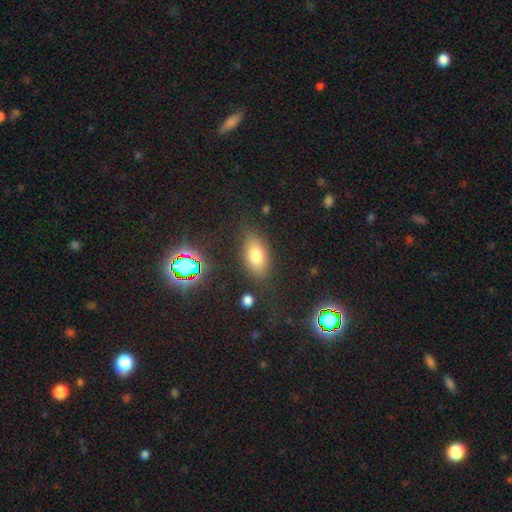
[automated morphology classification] Smooth or featured?
  - smooth: 73% *
  - featured or disk: 15%
  - star or artifact: 12%
How rounded?
  - in between: 86% *
  - round: 8%
  - cigar-shaped: 6%
Merging?
  - none: 78% *
  - minor disturbance: 14%
  - major disturbance: 5%
  - merger: 2%